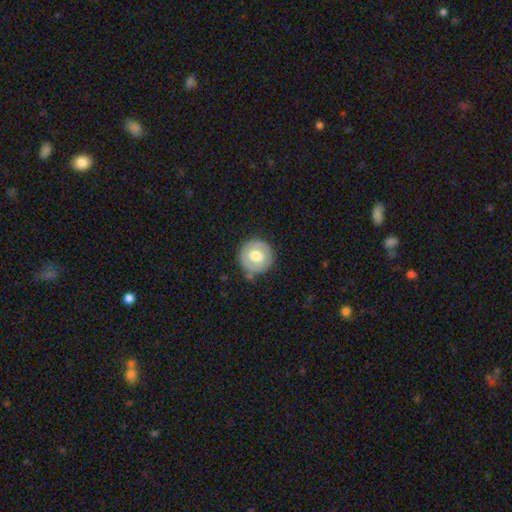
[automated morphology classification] This is possibly a smooth galaxy (56%). How rounded: clearly round (93%). Merging: likely none (79%).